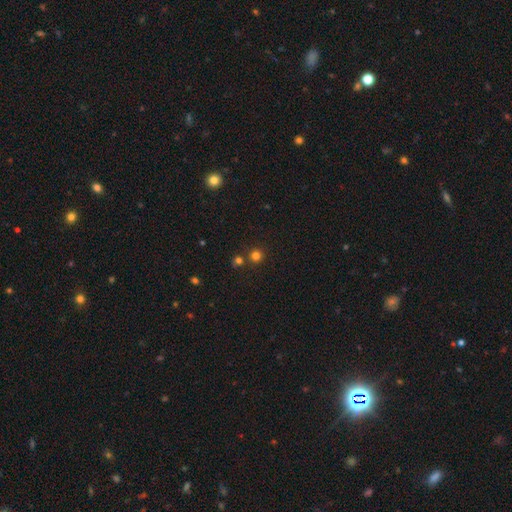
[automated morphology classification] Smooth or featured? smooth (76%)
How rounded? round (94%)
Merging? none (79%)